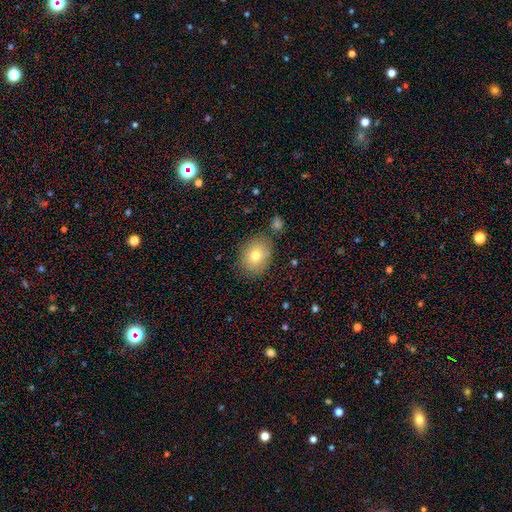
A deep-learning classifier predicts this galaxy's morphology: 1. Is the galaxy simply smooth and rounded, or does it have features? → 76% smooth, 14% featured or disk, 9% star or artifact.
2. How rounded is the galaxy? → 51% in between, 48% round, 1% cigar-shaped.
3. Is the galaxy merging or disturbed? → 78% none, 13% minor disturbance, 6% merger, 3% major disturbance.